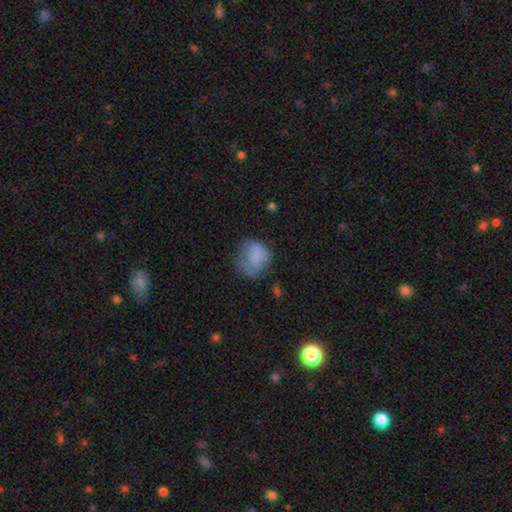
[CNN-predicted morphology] Smooth or featured? smooth (73%)
How rounded? round (57%)
Merging? none (41%)